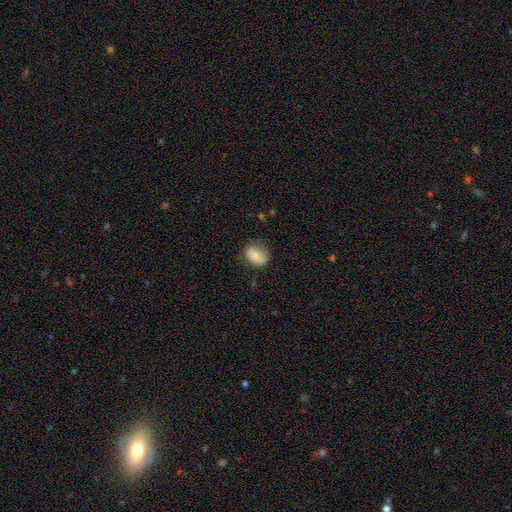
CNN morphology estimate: A smooth galaxy with no disk features (78%) that is in between round and cigar-shaped (67%).

Vote fractions:
- Smooth or featured? smooth: 78% / featured or disk: 15% / star or artifact: 8%
- How rounded? in between: 67% / round: 32% / cigar-shaped: 1%
- Merging? none: 68% / minor disturbance: 24% / major disturbance: 7% / merger: 1%